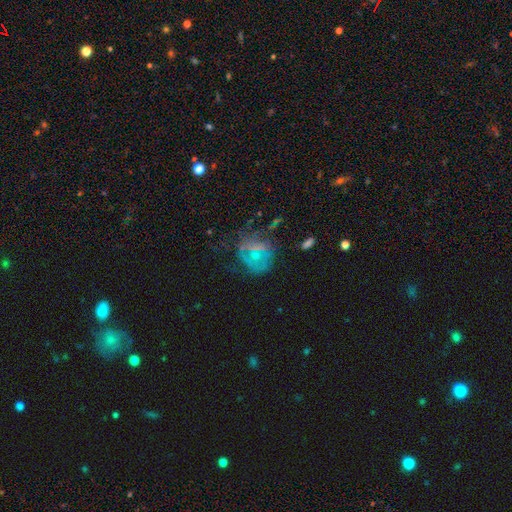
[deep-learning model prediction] Morphology: type=featured or disk (45%); merging=none (48%).